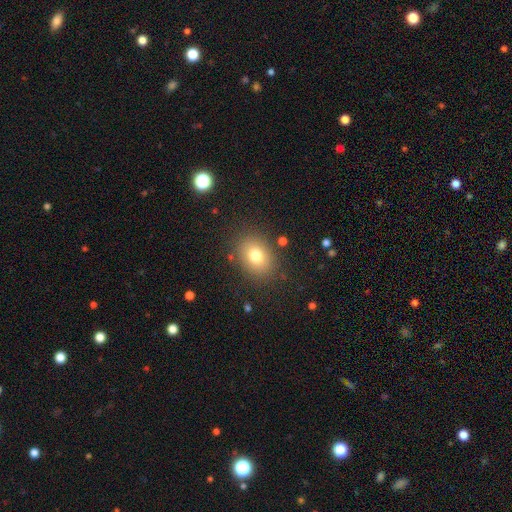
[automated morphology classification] This is likely a smooth galaxy (76%). How rounded: likely in between (60%). Merging: clearly none (84%).